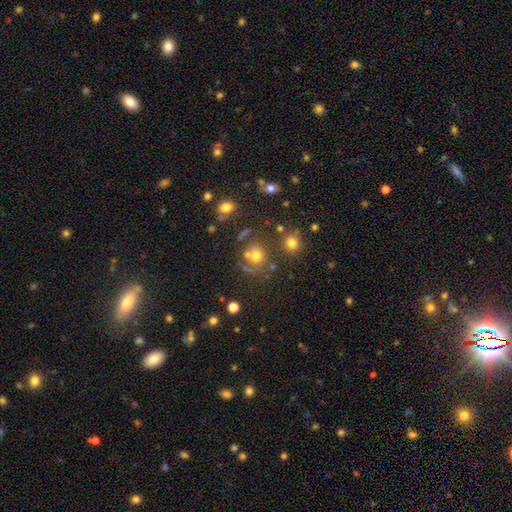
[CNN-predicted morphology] Q: Smooth or featured?
A: smooth (63%); runner-up: star or artifact (20%)
Q: How rounded?
A: round (76%); runner-up: in between (23%)
Q: Merging?
A: none (54%); runner-up: merger (21%)